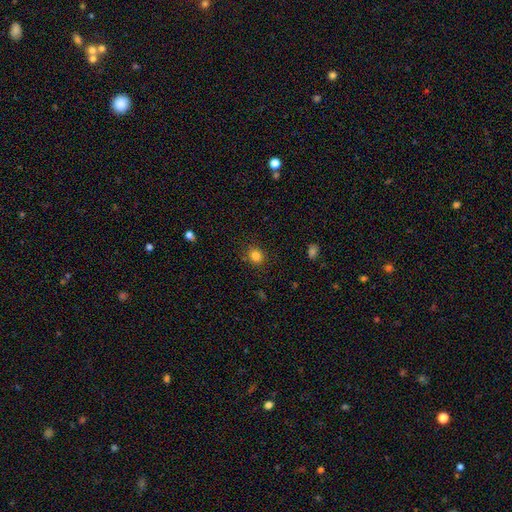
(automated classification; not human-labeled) smooth-or-featured: smooth: 83% | star or artifact: 12% | featured or disk: 5%
  how-rounded: round: 78% | in between: 21% | cigar-shaped: 1%
  merging: none: 85% | minor disturbance: 10% | major disturbance: 3% | merger: 2%